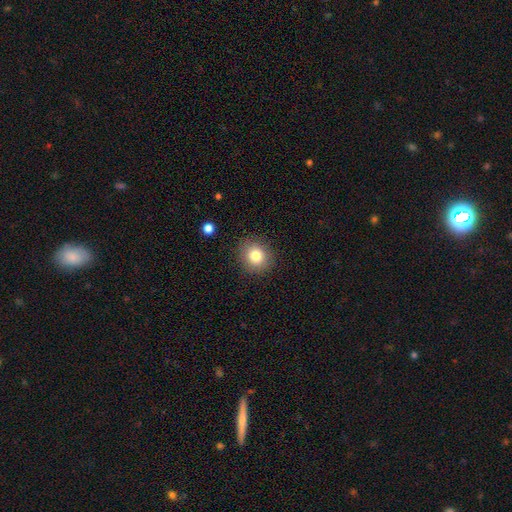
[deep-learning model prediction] Overall: smooth (80%). How rounded: round (81%). Merging: none (88%).